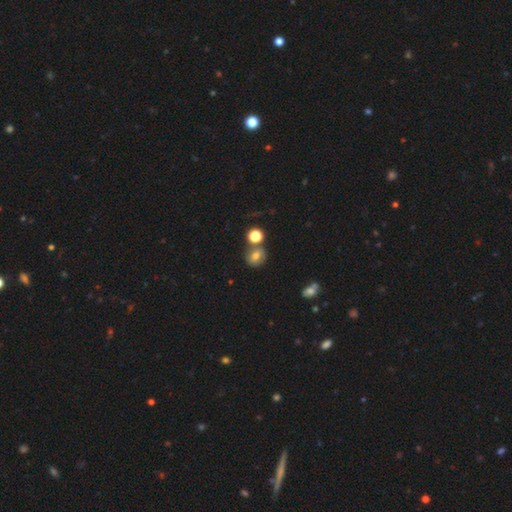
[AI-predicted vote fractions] Smooth or featured: smooth — 69% (star or artifact — 16%)
How rounded: round — 76% (in between — 23%)
Merging: none — 66% (merger — 19%)